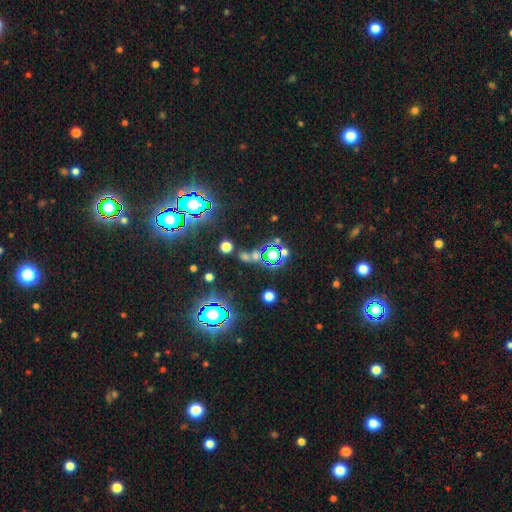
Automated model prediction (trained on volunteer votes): Smooth or featured?
  - star or artifact: 56% *
  - smooth: 34%
  - featured or disk: 10%